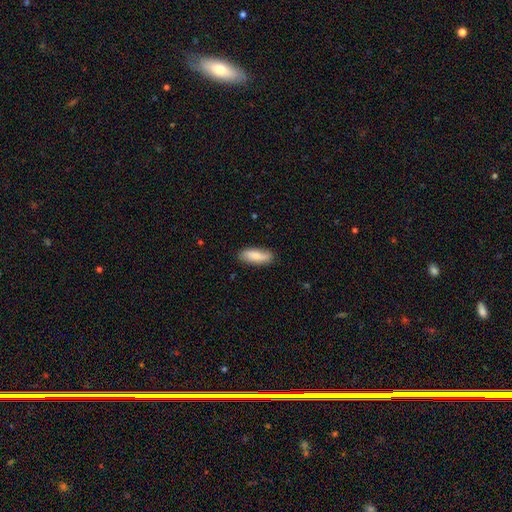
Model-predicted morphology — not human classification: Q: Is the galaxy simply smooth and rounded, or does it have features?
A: smooth — 80%.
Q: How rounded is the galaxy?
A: in between — 67%.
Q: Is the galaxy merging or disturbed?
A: none — 82%.